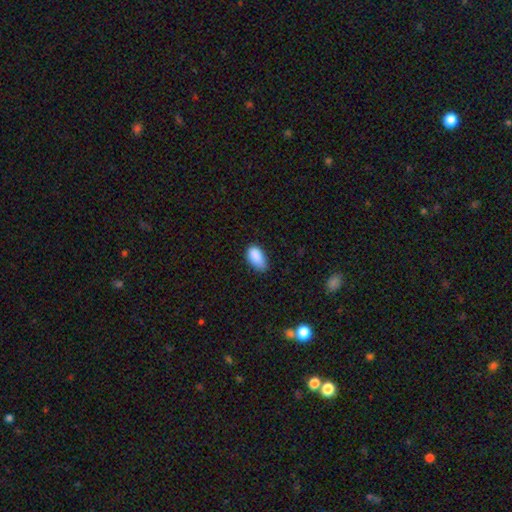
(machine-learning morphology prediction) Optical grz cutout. It shows a smooth galaxy with no disk features (88%) that is in between round and cigar-shaped (93%). Merging: none (53%).